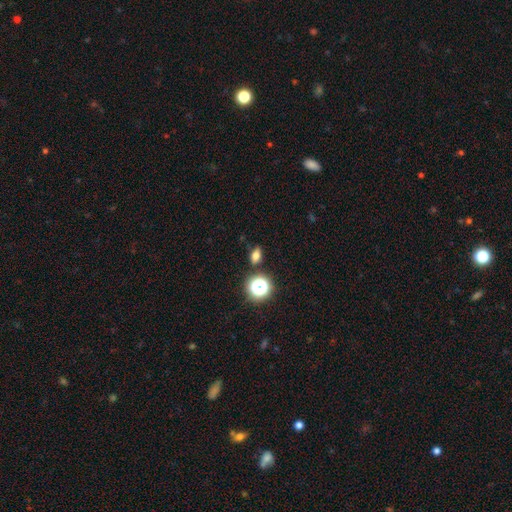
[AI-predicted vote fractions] Smooth or featured: smooth — 70% (star or artifact — 20%)
How rounded: in between — 70% (round — 26%)
Merging: none — 81% (minor disturbance — 12%)